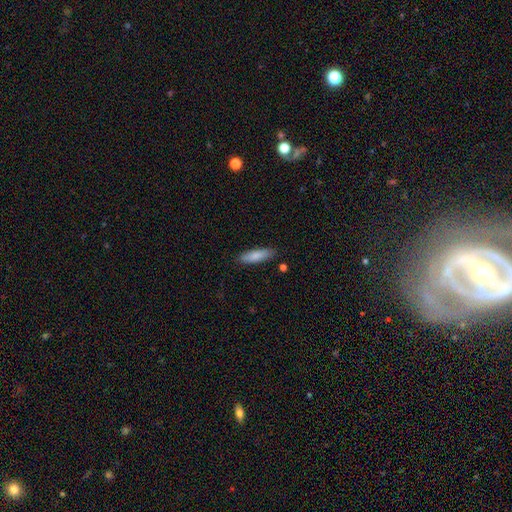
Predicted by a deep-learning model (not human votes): Q: Smooth or featured?
A: smooth (83%); runner-up: featured or disk (11%)
Q: How rounded?
A: cigar-shaped (61%); runner-up: in between (38%)
Q: Merging?
A: none (84%); runner-up: minor disturbance (11%)